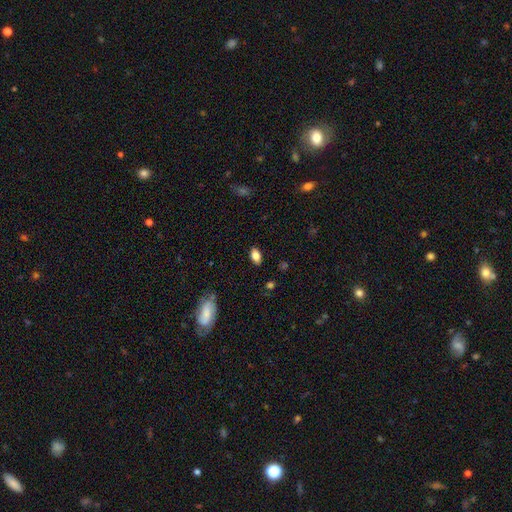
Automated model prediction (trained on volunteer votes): This is clearly a smooth galaxy (83%). How rounded: clearly in between (91%). Merging: clearly none (85%).